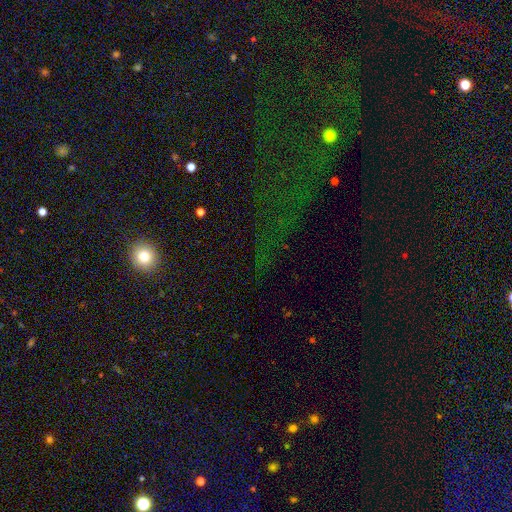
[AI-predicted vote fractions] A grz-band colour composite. It shows a star or artifact, not a galaxy (53%).